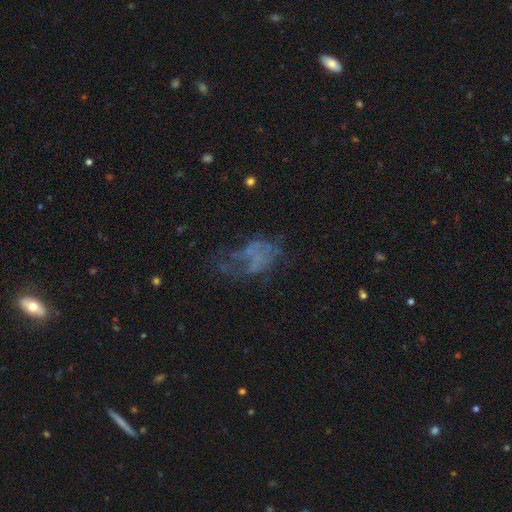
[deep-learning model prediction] Smooth or featured? Predicted: featured or disk (p=0.54). Edge-on disk? Predicted: no (p=0.98). Bar? Predicted: no (p=0.90). Spiral arms? Predicted: no (p=0.82). Bulge size? Predicted: none (p=0.85). Merging? Predicted: major disturbance (p=0.45).